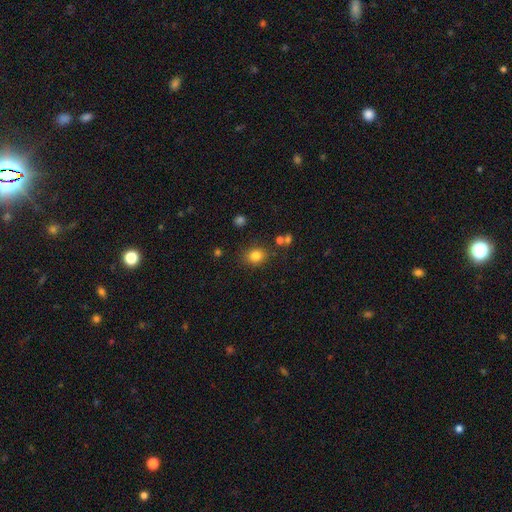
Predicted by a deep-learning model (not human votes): This appears to be a smooth galaxy with no disk features (81%) that is round (67%). Merging: none (83%).